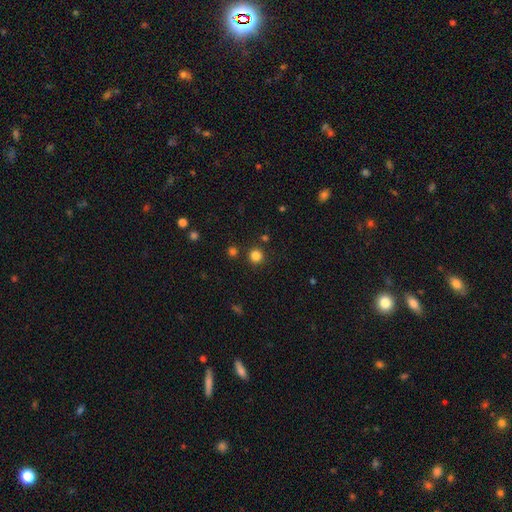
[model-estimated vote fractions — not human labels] Smooth or featured? smooth (82%)
How rounded? round (95%)
Merging? none (89%)